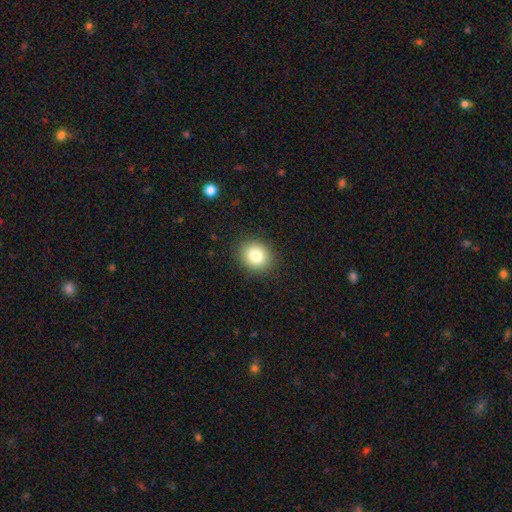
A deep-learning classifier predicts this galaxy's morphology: smooth_or_featured: smooth (p=0.82) [alt: star or artifact p=0.11]
how_rounded: round (p=0.77) [alt: in between p=0.22]
merging: none (p=0.90) [alt: minor disturbance p=0.07]